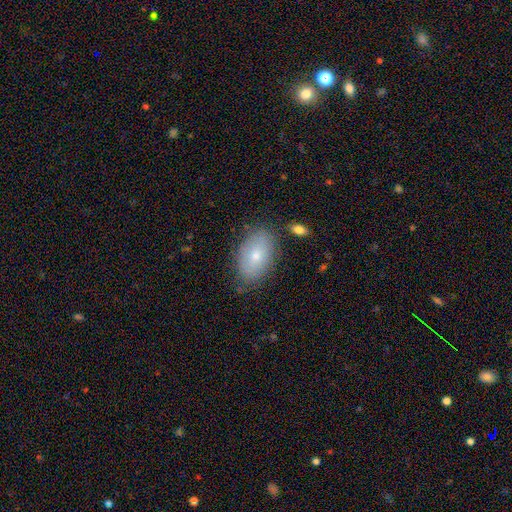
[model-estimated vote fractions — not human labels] smooth-or-featured: smooth: 71% | featured or disk: 21% | star or artifact: 8%
  how-rounded: in between: 92% | round: 6% | cigar-shaped: 1%
  merging: none: 80% | minor disturbance: 14% | major disturbance: 3% | merger: 2%